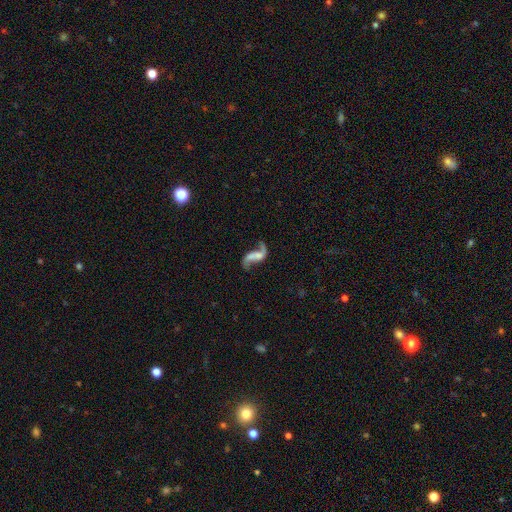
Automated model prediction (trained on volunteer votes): Smooth or featured?
  - featured or disk: 84% *
  - smooth: 9%
  - star or artifact: 7%
Edge-on disk?
  - no: 96% *
  - yes: 4%
Bar?
  - no: 38% *
  - weak: 37%
  - strong: 25%
Spiral arms?
  - yes: 94% *
  - no: 6%
Spiral winding?
  - loose: 89% *
  - medium: 9%
  - tight: 2%
Spiral arm count?
  - 2: 91% *
  - 1: 5%
  - can't tell: 2%
  - 3: 1%
  - 4: 1%
  - more than 4: 1%
Bulge size?
  - none: 45% *
  - small: 31%
  - moderate: 17%
  - large: 5%
  - dominant: 2%
Merging?
  - none: 66% *
  - minor disturbance: 15%
  - major disturbance: 13%
  - merger: 5%